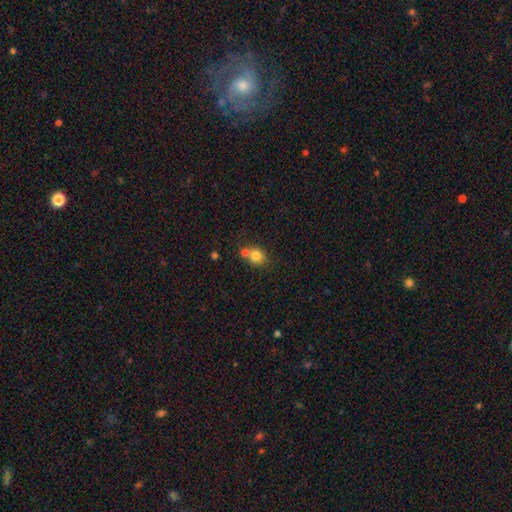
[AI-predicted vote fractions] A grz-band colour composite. It shows a smooth galaxy with no disk features (80%) that is round (78%). Merging: none (52%).